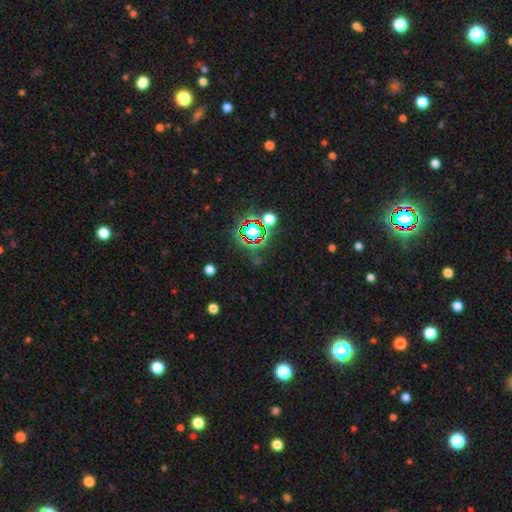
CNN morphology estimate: A star or artifact, not a galaxy (77%).